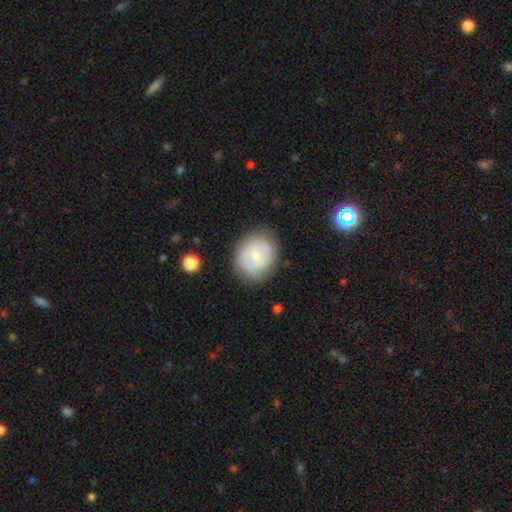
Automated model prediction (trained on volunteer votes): A smooth galaxy with no disk features (51%) that is round (66%).

Vote fractions:
- Smooth or featured? smooth: 51% / featured or disk: 40% / star or artifact: 9%
- How rounded? round: 66% / in between: 33% / cigar-shaped: 1%
- Merging? none: 81% / minor disturbance: 14% / major disturbance: 4% / merger: 1%